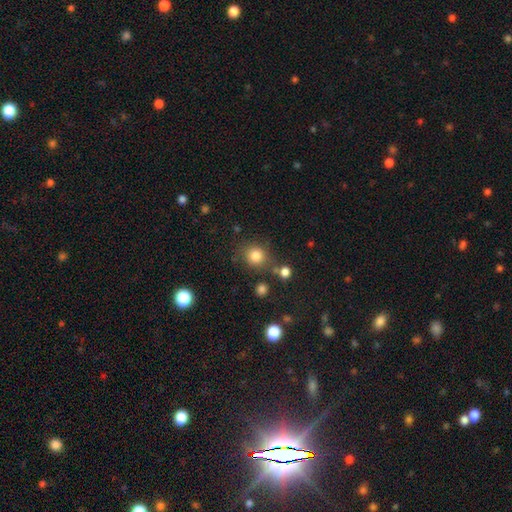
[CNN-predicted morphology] Smooth or featured: smooth — 82% (star or artifact — 12%)
How rounded: round — 85% (in between — 14%)
Merging: none — 74% (minor disturbance — 12%)